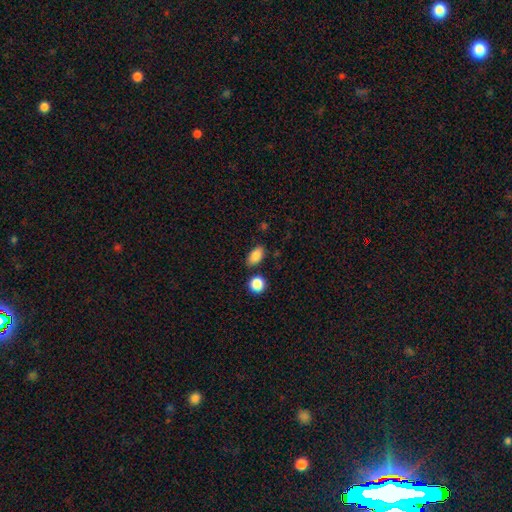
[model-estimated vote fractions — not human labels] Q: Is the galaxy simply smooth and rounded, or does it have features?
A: smooth — 86%.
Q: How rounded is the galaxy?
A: in between — 86%.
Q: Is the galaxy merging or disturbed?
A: none — 81%.